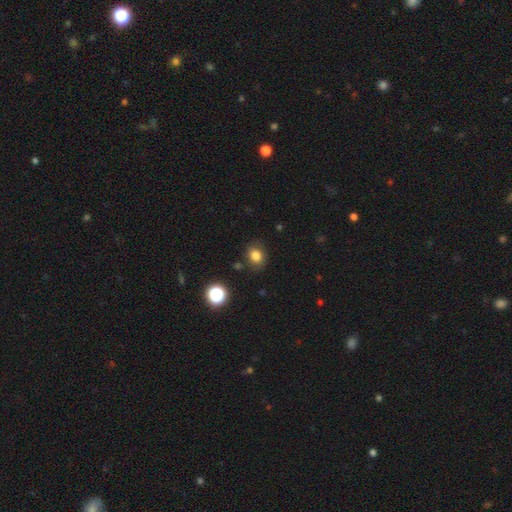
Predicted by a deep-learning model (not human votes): Smooth or featured? Predicted: smooth (p=0.81). How rounded? Predicted: round (p=0.59). Merging? Predicted: none (p=0.81).